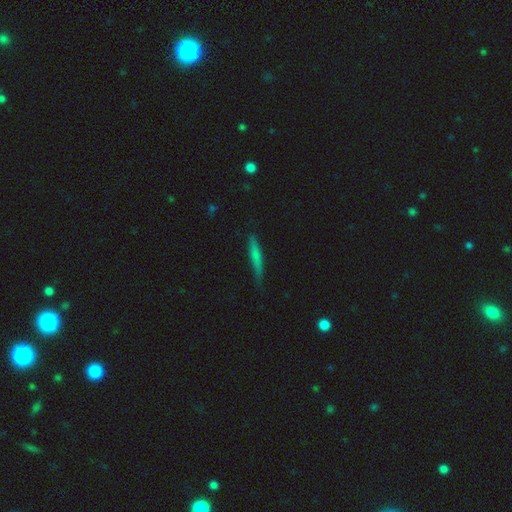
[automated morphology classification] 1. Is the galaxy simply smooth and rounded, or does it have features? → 66% smooth, 27% featured or disk, 7% star or artifact.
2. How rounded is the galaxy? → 93% cigar-shaped, 6% in between, 2% round.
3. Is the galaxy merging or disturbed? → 79% none, 17% minor disturbance, 3% major disturbance, 2% merger.